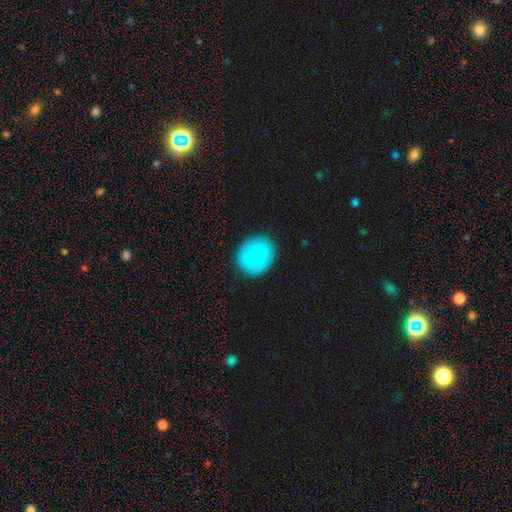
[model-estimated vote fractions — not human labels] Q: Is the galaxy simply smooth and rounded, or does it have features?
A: smooth — 84%.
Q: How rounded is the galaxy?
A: round — 69%.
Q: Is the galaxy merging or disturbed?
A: none — 85%.